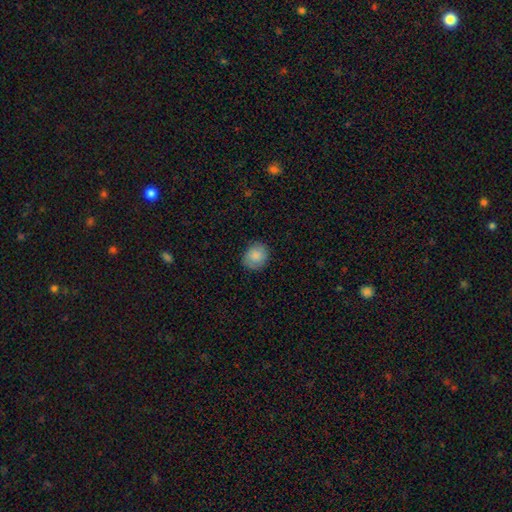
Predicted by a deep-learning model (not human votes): Q: Smooth or featured?
A: smooth (84%); runner-up: featured or disk (9%)
Q: How rounded?
A: round (74%); runner-up: in between (25%)
Q: Merging?
A: none (82%); runner-up: minor disturbance (13%)